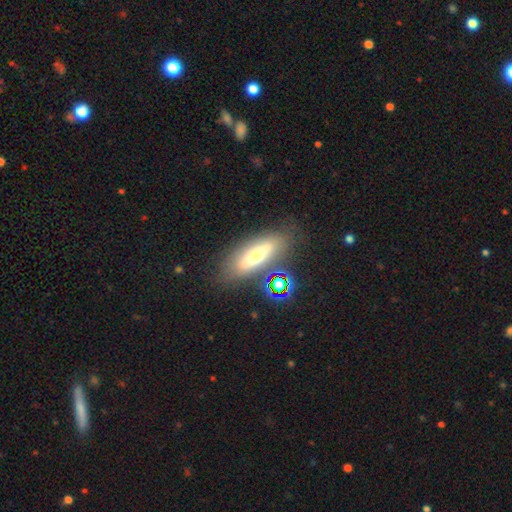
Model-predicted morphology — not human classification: smooth_or_featured: smooth (p=0.48) [alt: featured or disk p=0.42]
merging: none (p=0.77) [alt: minor disturbance p=0.13]